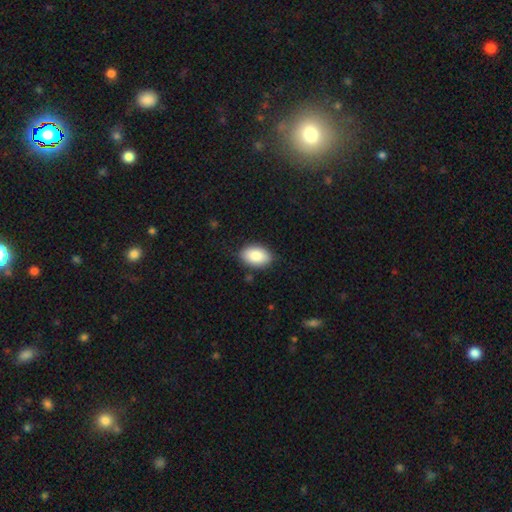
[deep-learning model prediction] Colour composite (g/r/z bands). It shows a smooth galaxy with no disk features (87%) that is in between round and cigar-shaped (91%). Merging: none (85%).